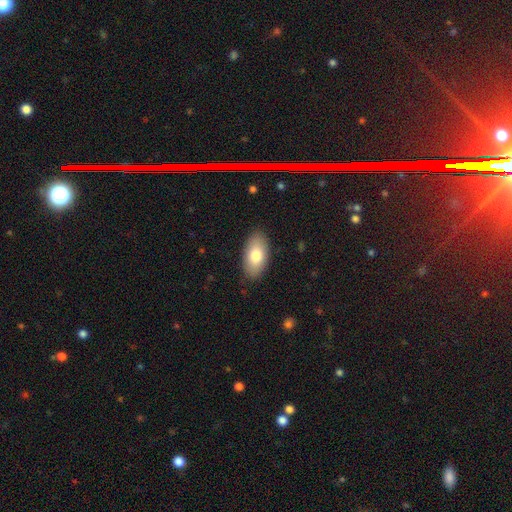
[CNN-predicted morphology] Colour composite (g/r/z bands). It shows a smooth galaxy with no disk features (78%) that is in between round and cigar-shaped (93%). Merging: none (87%).